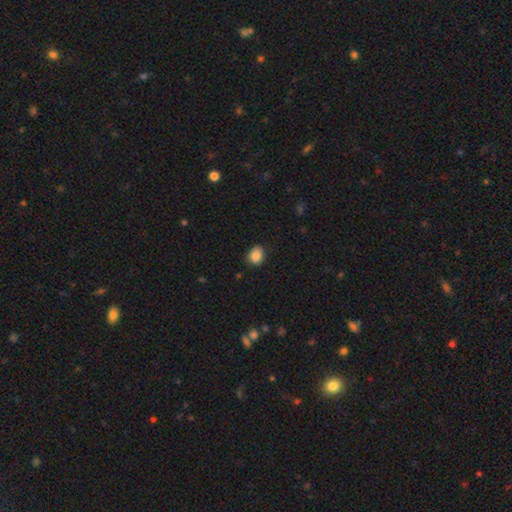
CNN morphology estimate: A smooth galaxy with no disk features (87%) that is round (52%). Merging: none (81%).